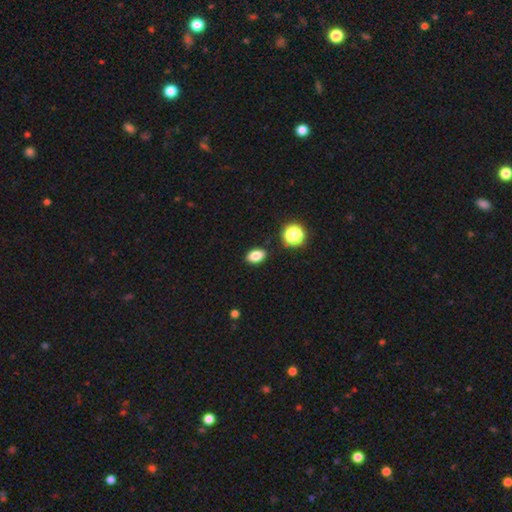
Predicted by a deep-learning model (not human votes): This appears to be a smooth galaxy with no disk features (83%) that is in between round and cigar-shaped (84%). Merging: none (88%).